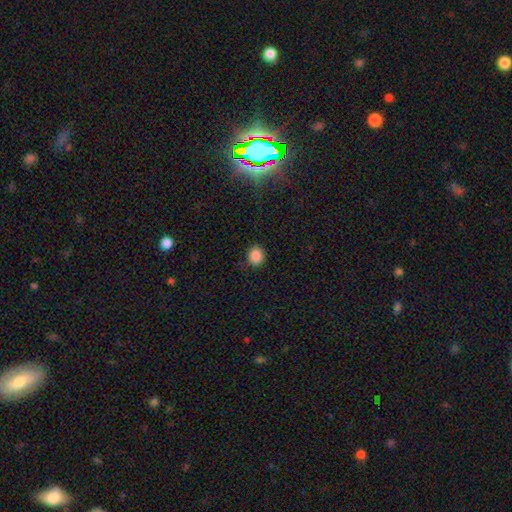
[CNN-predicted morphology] Smooth or featured: smooth — 87% (star or artifact — 10%)
How rounded: round — 77% (in between — 22%)
Merging: none — 85% (minor disturbance — 11%)